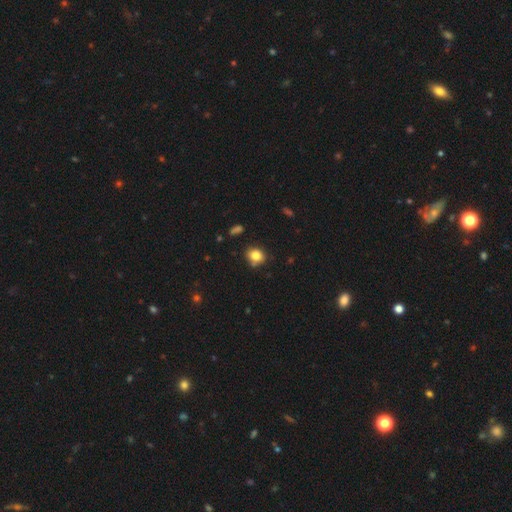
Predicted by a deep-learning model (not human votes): smooth-or-featured: smooth: 82% | star or artifact: 11% | featured or disk: 7%
  how-rounded: round: 69% | in between: 30% | cigar-shaped: 1%
  merging: none: 74% | minor disturbance: 16% | merger: 6% | major disturbance: 3%